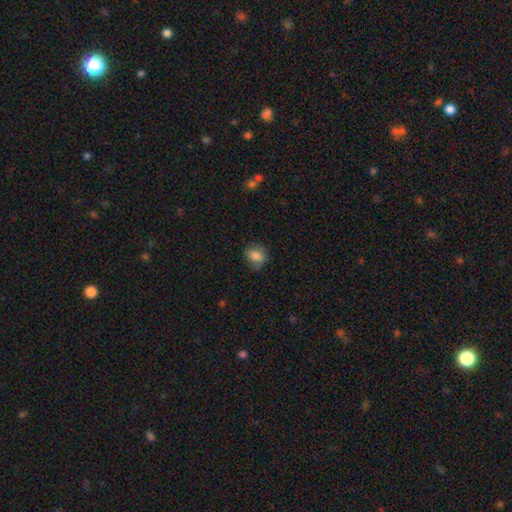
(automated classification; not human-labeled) Overall: smooth (80%). How rounded: round (60%; in between 39%). Merging: none (70%).